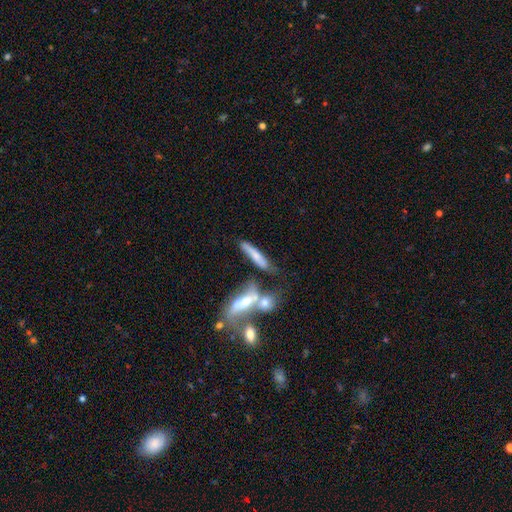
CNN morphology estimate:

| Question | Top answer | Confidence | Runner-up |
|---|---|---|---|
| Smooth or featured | smooth | 59% | featured or disk (33%) |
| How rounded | cigar-shaped | 81% | in between (16%) |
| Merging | none | 50% | merger (27%) |